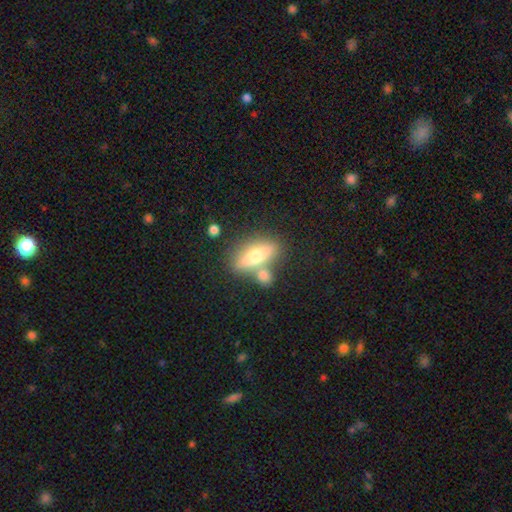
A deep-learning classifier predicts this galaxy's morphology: type=smooth (58%); roundness=in between (63%); merging=none (58%).